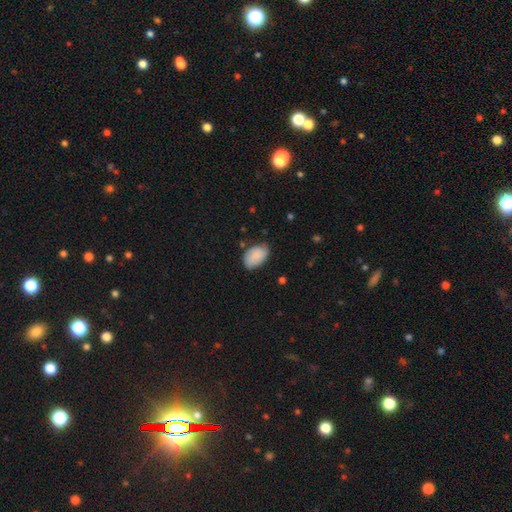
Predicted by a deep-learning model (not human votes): smooth 87%, star or artifact 6%, featured or disk 6%. Down the decision tree: how rounded — in between (91%); merging — none (73%).